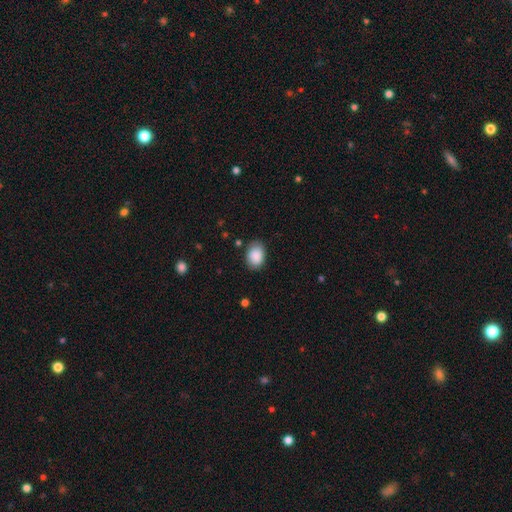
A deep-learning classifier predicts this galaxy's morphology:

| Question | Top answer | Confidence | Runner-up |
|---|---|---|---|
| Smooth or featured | smooth | 89% | star or artifact (7%) |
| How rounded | in between | 74% | round (25%) |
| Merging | none | 80% | minor disturbance (16%) |